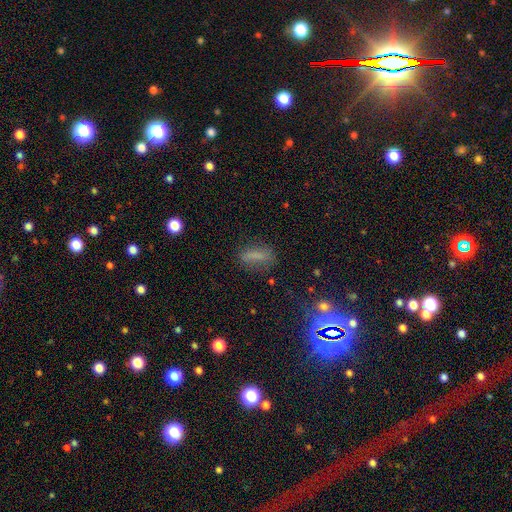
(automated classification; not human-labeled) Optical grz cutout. It shows a smooth galaxy with no disk features (69%) that is in between round and cigar-shaped (51%). Merging: none (71%).